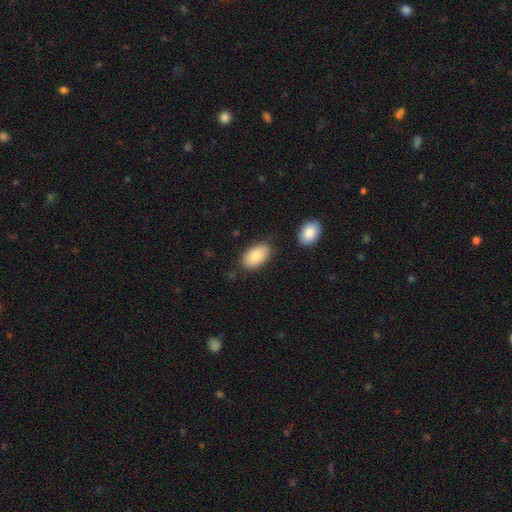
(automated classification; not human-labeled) The model was most divided on "merging": none: 77%, minor disturbance: 14%, merger: 5%, major disturbance: 3%. More confident: how rounded — in between (94%); smooth or featured — smooth (86%).